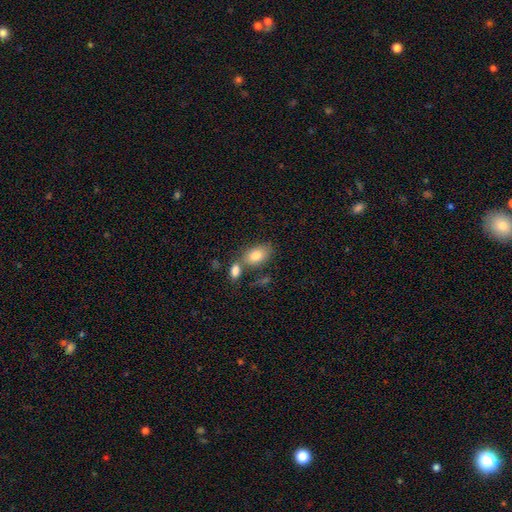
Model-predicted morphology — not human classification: type=smooth (81%); roundness=in between (89%); merging=none (54%).